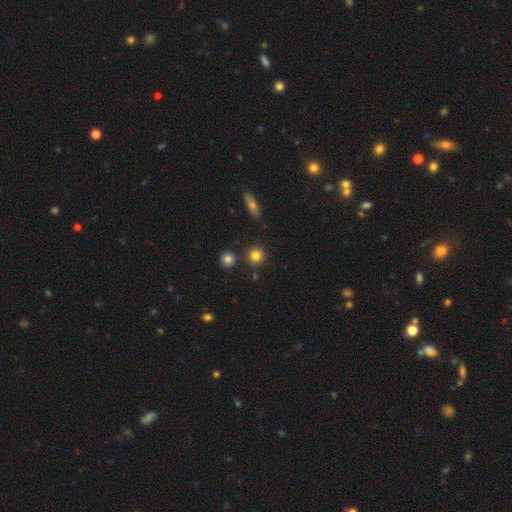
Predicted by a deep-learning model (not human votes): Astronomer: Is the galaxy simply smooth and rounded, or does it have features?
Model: smooth — 82%.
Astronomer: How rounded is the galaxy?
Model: round — 92%.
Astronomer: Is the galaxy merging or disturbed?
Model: none — 85%.